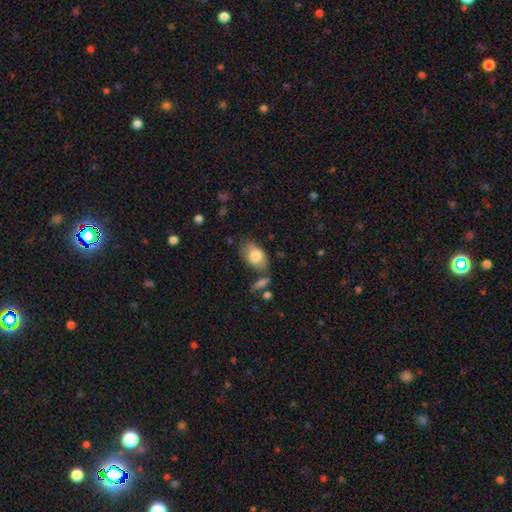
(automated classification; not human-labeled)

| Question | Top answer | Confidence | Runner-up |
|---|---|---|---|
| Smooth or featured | smooth | 79% | featured or disk (15%) |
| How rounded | in between | 91% | round (7%) |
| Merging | none | 65% | minor disturbance (20%) |